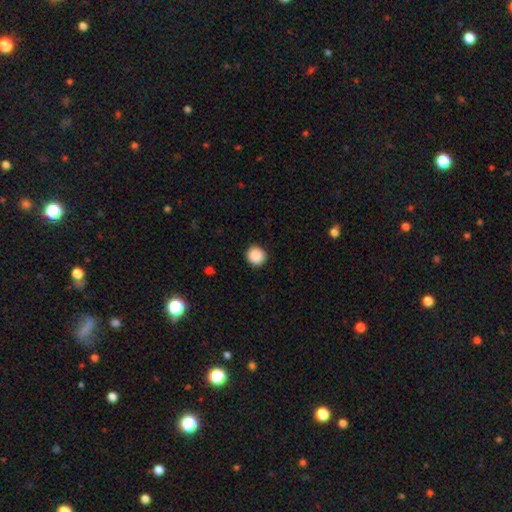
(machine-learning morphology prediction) Q: Smooth or featured?
A: smooth (89%); runner-up: star or artifact (8%)
Q: How rounded?
A: round (93%); runner-up: in between (6%)
Q: Merging?
A: none (92%); runner-up: minor disturbance (5%)